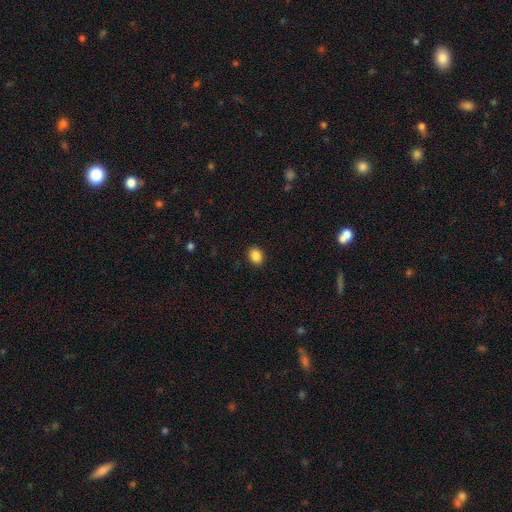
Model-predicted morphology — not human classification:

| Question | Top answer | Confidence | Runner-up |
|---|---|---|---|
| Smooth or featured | smooth | 88% | star or artifact (9%) |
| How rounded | in between | 52% | round (48%) |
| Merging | none | 91% | minor disturbance (6%) |